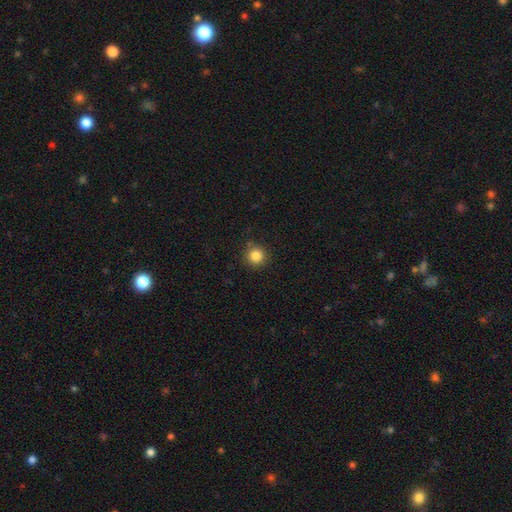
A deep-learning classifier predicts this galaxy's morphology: Q: Smooth or featured?
A: smooth (85%); runner-up: star or artifact (11%)
Q: How rounded?
A: round (94%); runner-up: in between (5%)
Q: Merging?
A: none (87%); runner-up: minor disturbance (9%)